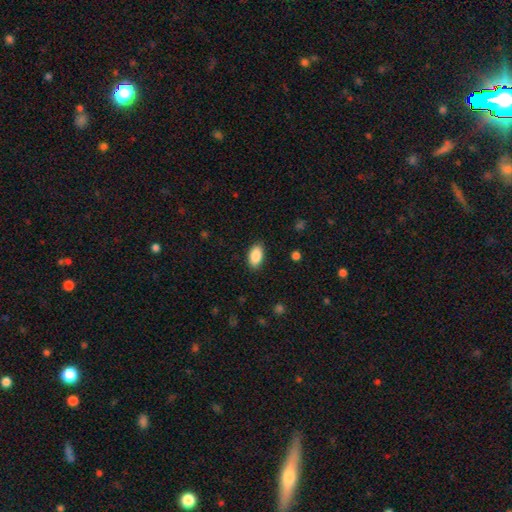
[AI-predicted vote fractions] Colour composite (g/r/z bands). It shows a smooth galaxy with no disk features (89%) that is in between round and cigar-shaped (93%). Merging: none (88%).